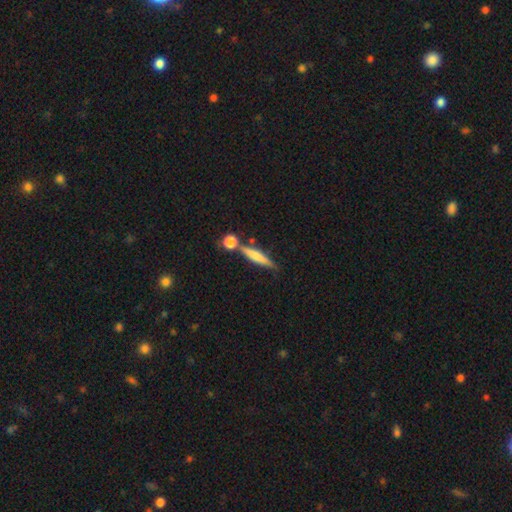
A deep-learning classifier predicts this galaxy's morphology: A smooth galaxy with no disk features (58%) that is cigar-shaped (84%). Merging: none (66%).